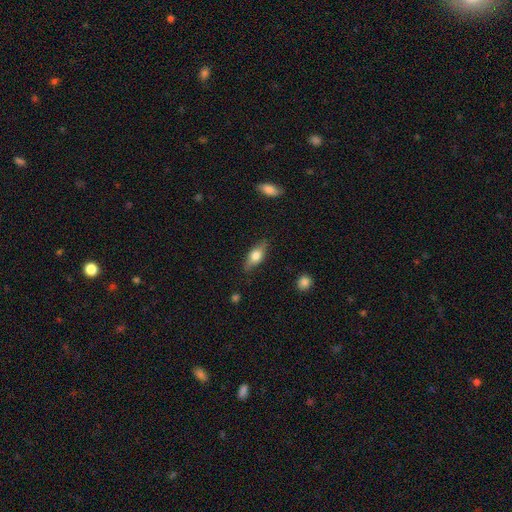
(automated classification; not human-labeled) This is likely a smooth galaxy (62%). How rounded: likely in between (74%). Merging: clearly none (83%).